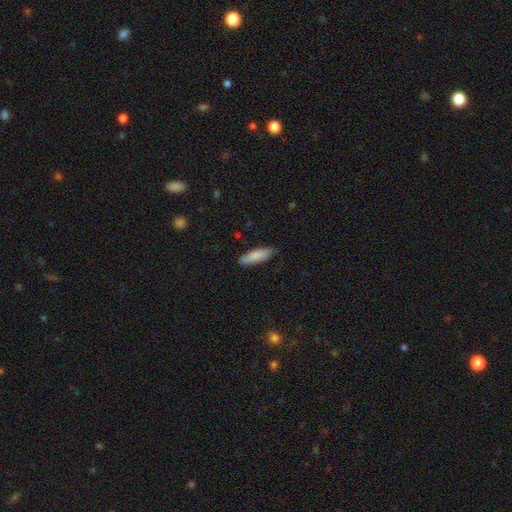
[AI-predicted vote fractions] Smooth or featured? Predicted: smooth (p=0.83). How rounded? Predicted: in between (p=0.51). Merging? Predicted: none (p=0.78).